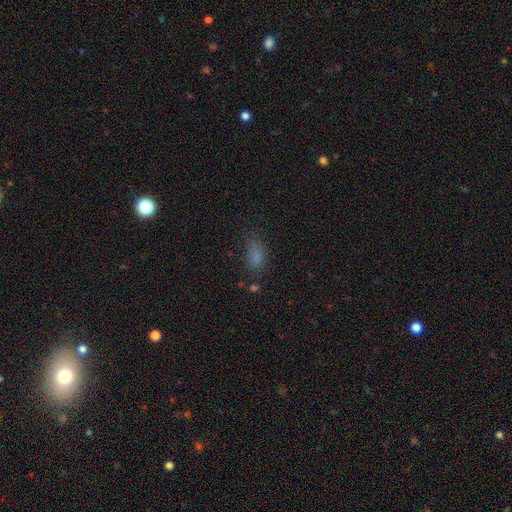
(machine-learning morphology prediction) The model was most divided on "merging": none: 61%, minor disturbance: 23%, major disturbance: 12%, merger: 4%. More confident: how rounded — in between (83%); smooth or featured — smooth (77%).